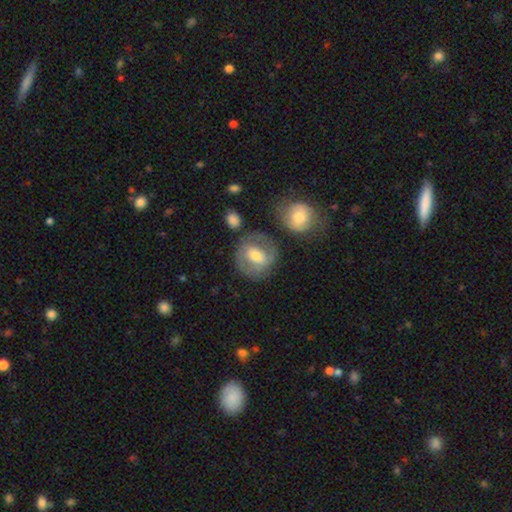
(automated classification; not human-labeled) A featured or disk galaxy (50%). Merging: none (70%).